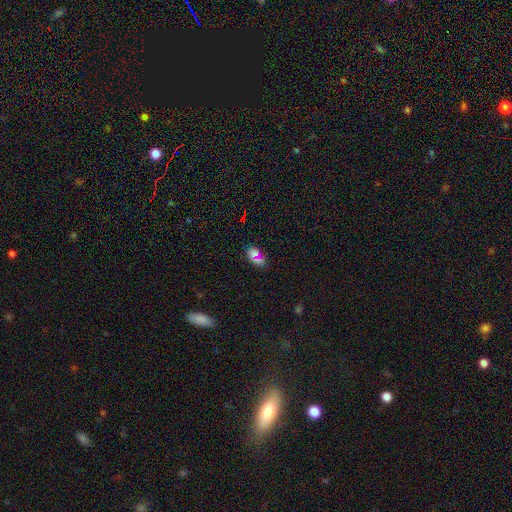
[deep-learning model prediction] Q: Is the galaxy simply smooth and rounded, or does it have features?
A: smooth — 61%.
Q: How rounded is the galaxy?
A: in between — 73%.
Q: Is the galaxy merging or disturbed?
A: none — 70%.